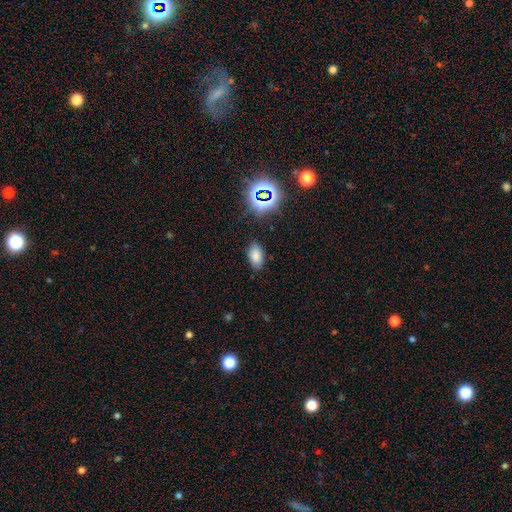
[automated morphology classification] Overall: smooth (77%). How rounded: in between (91%). Merging: none (84%).